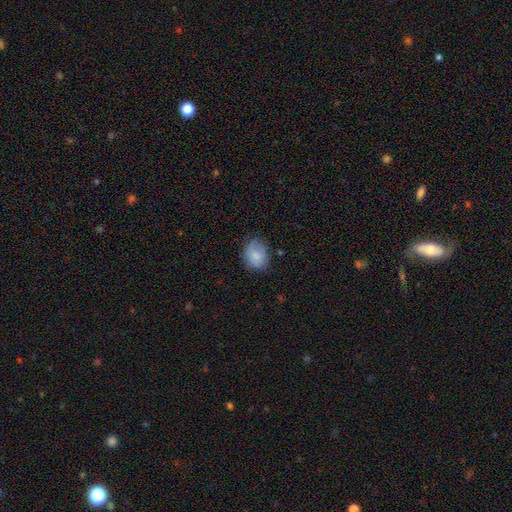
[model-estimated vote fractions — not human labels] This is likely a smooth galaxy (79%). How rounded: possibly round (50%). Merging: likely none (68%).